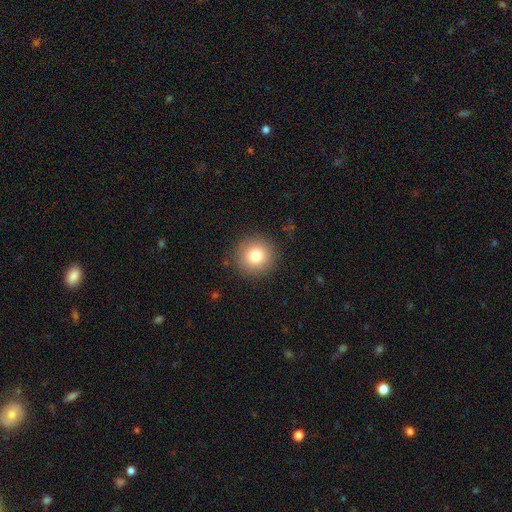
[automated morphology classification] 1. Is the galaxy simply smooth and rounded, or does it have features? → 80% smooth, 11% star or artifact, 9% featured or disk.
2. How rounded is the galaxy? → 95% round, 4% in between, 1% cigar-shaped.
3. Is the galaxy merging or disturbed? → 89% none, 7% minor disturbance, 3% major disturbance, 1% merger.